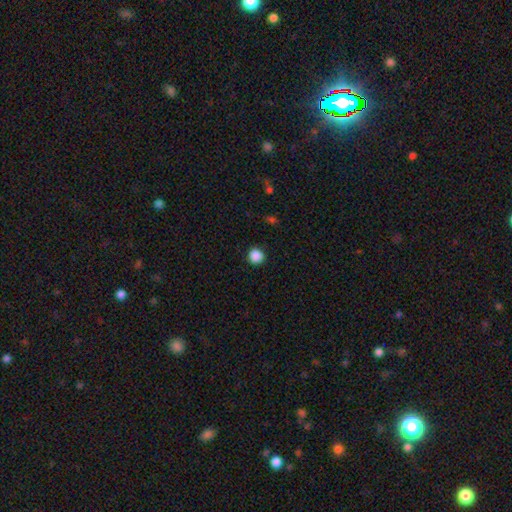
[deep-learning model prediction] Smooth or featured? smooth (88%)
How rounded? round (94%)
Merging? none (91%)